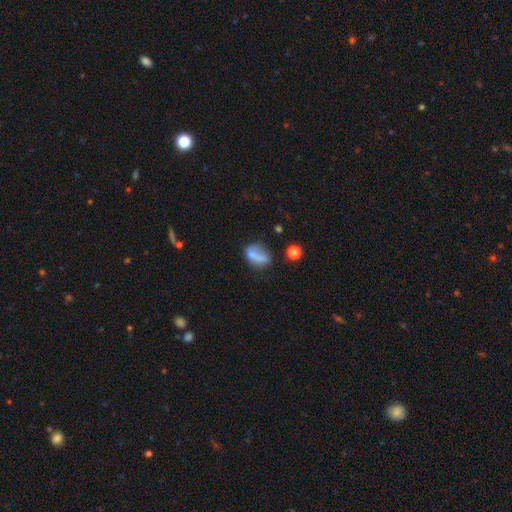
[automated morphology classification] Smooth or featured: smooth — 64% (featured or disk — 24%)
How rounded: in between — 70% (round — 26%)
Merging: none — 36% (merger — 28%)